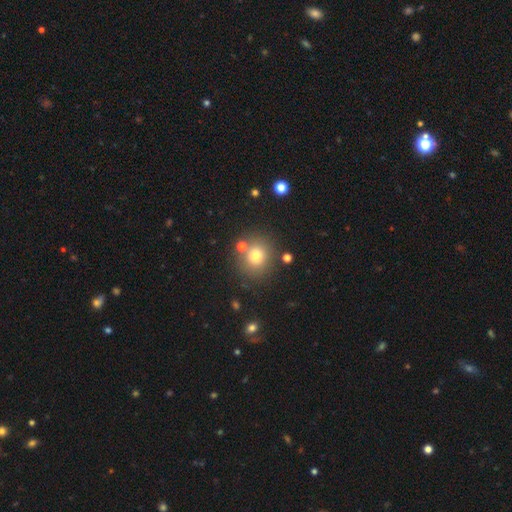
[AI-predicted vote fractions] This is likely a smooth galaxy (74%). How rounded: clearly round (83%). Merging: likely none (78%).